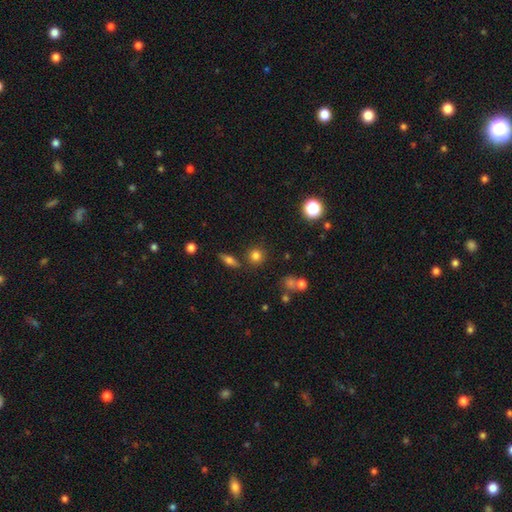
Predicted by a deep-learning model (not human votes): Morphology: type=smooth (77%); roundness=round (88%); merging=none (81%).